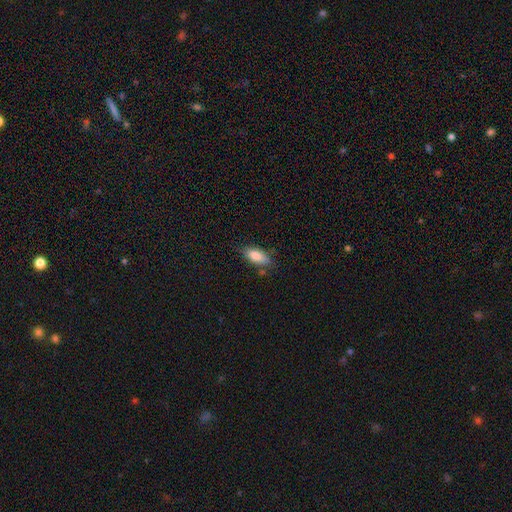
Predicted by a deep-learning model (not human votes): Smooth or featured? Predicted: smooth (p=0.84). How rounded? Predicted: in between (p=0.83). Merging? Predicted: none (p=0.74).